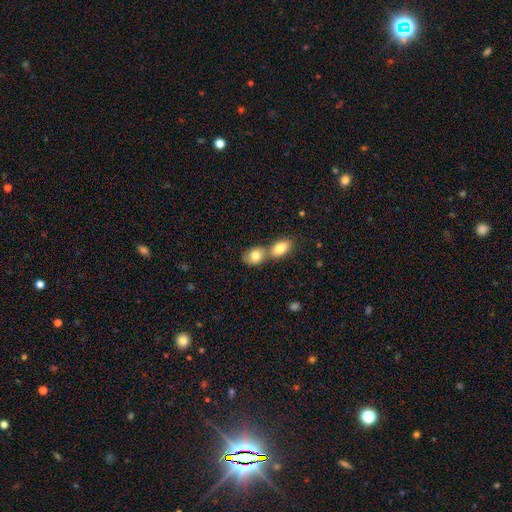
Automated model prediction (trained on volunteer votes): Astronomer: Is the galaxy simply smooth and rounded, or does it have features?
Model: smooth — 81%.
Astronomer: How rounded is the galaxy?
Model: in between — 67%.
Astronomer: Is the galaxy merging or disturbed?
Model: merger — 59%.